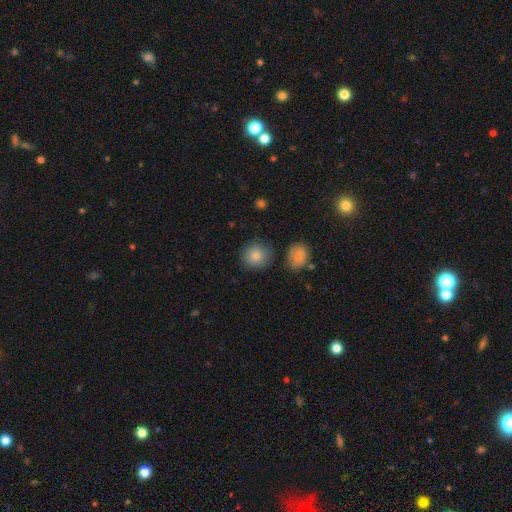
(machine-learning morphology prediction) The model was most divided on "merging": none: 83%, minor disturbance: 10%, merger: 4%, major disturbance: 3%. More confident: how rounded — round (90%); smooth or featured — smooth (85%).